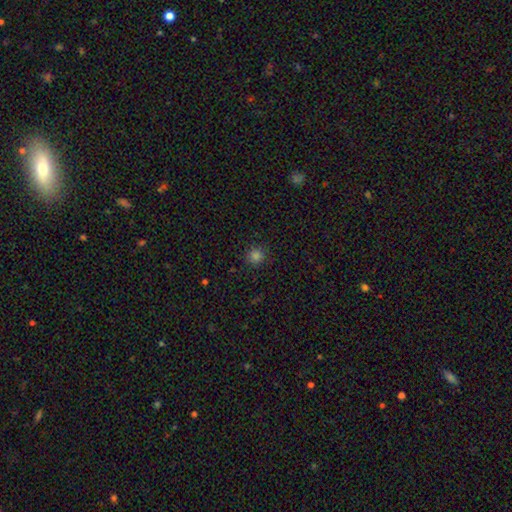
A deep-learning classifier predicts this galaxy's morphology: Smooth or featured? smooth (80%)
How rounded? round (93%)
Merging? none (90%)